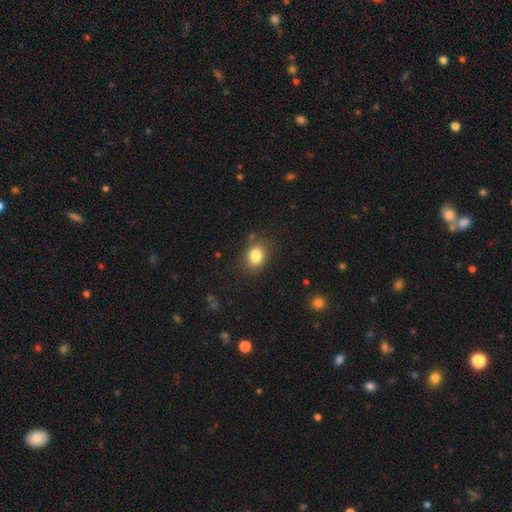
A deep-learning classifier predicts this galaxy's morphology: smooth-or-featured: smooth: 84% | star or artifact: 10% | featured or disk: 6%
  how-rounded: round: 51% | in between: 48% | cigar-shaped: 1%
  merging: none: 80% | minor disturbance: 13% | major disturbance: 4% | merger: 3%